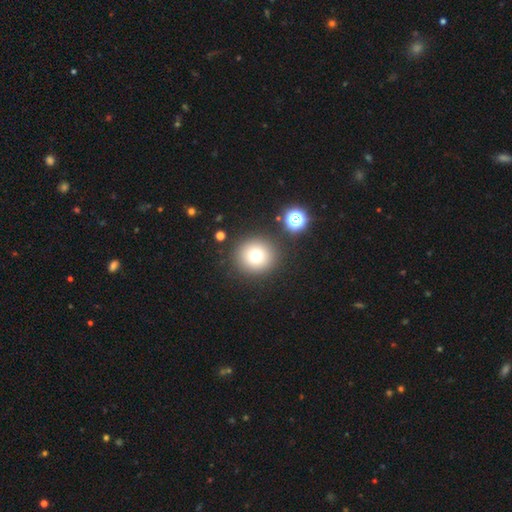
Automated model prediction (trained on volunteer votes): Overall: smooth (74%). How rounded: round (93%). Merging: none (87%).